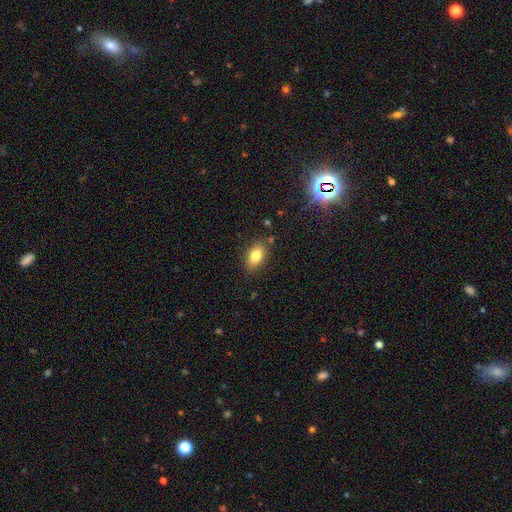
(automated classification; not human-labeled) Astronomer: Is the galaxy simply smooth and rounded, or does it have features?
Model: smooth — 80%.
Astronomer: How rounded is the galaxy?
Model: in between — 86%.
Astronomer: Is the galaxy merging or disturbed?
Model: none — 82%.